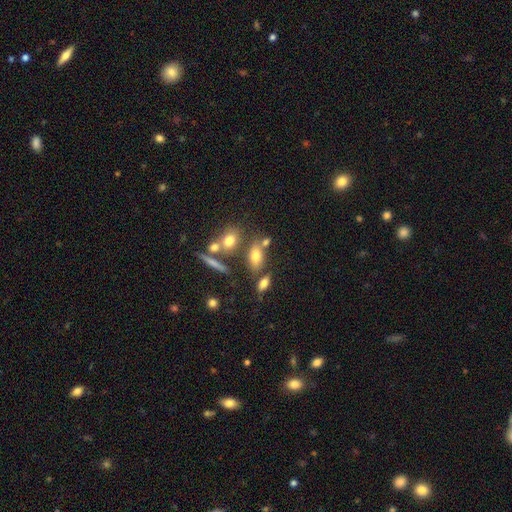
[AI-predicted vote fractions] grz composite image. It shows a smooth galaxy with no disk features (70%) that is in between round and cigar-shaped (78%). Merging: none (59%).